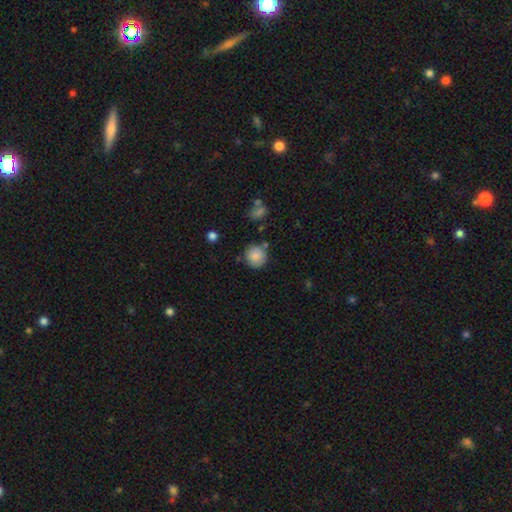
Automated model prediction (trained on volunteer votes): Smooth or featured? Predicted: smooth (p=0.86). How rounded? Predicted: round (p=0.90). Merging? Predicted: none (p=0.76).